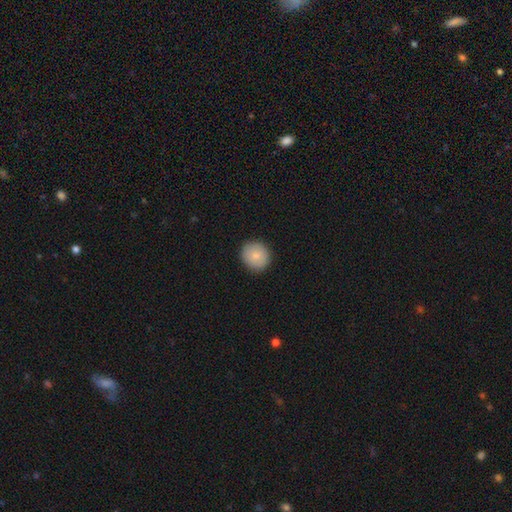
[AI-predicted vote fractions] Q: Smooth or featured?
A: smooth (83%); runner-up: featured or disk (9%)
Q: How rounded?
A: round (89%); runner-up: in between (10%)
Q: Merging?
A: none (90%); runner-up: minor disturbance (7%)